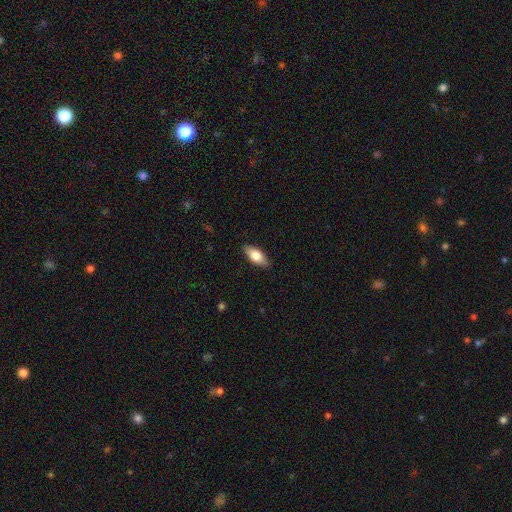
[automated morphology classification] Smooth or featured?
  - smooth: 72% *
  - featured or disk: 22%
  - star or artifact: 6%
How rounded?
  - in between: 81% *
  - cigar-shaped: 16%
  - round: 3%
Merging?
  - none: 87% *
  - minor disturbance: 10%
  - major disturbance: 2%
  - merger: 1%